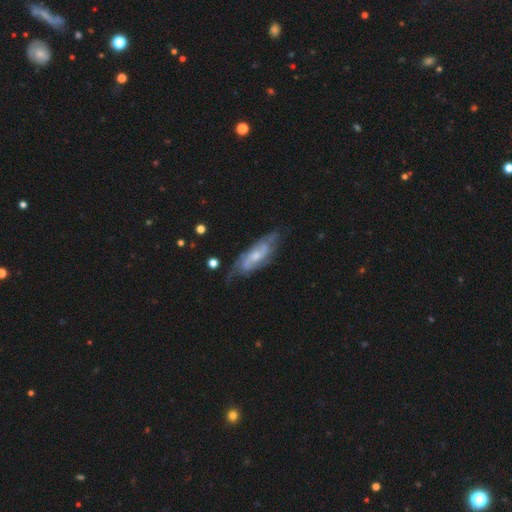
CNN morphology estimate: A featured or disk galaxy (77%) with no bar (56%), 2 (47%) medium (44%) spiral arms (91%) and a small central bulge (47%).

Vote fractions:
- Smooth or featured? featured or disk: 77% / smooth: 18% / star or artifact: 6%
- Edge-on disk? no: 87% / yes: 13%
- Bar? no: 56% / weak: 37% / strong: 7%
- Spiral arms? yes: 91% / no: 9%
- Spiral winding? medium: 44% / tight: 40% / loose: 16%
- Spiral arm count? 2: 47% / can't tell: 32% / 3: 12% / 4: 4% / 1: 3% / more than 4: 2%
- Bulge size? small: 47% / moderate: 42% / none: 7% / large: 3% / dominant: 1%
- Merging? none: 64% / minor disturbance: 25% / major disturbance: 10% / merger: 2%